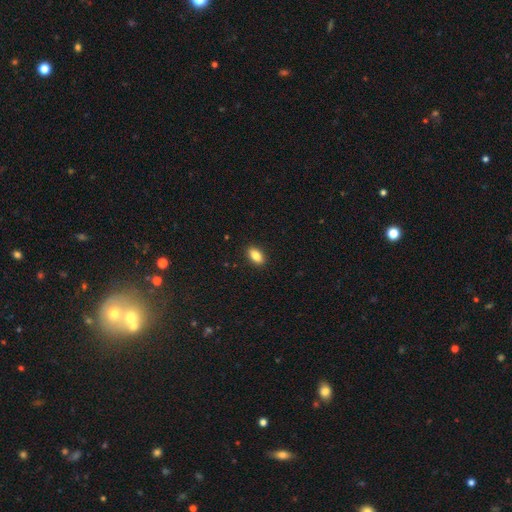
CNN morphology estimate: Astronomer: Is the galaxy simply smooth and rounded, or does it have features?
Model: smooth — 86%.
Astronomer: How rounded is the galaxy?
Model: in between — 90%.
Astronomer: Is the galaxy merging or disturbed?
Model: none — 90%.